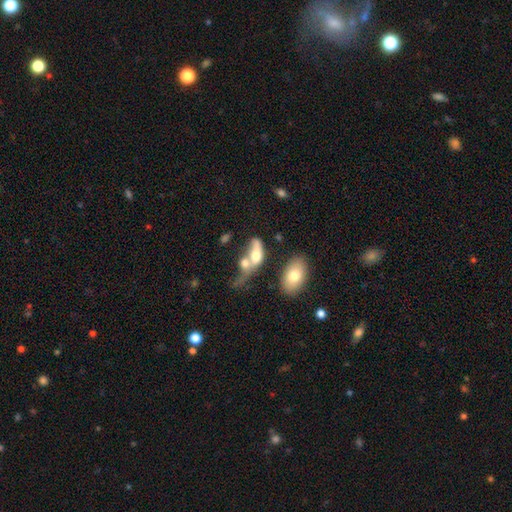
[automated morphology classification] This appears to be a smooth galaxy with no disk features (60%) that is in between round and cigar-shaped (81%). Merging: merger (58%).